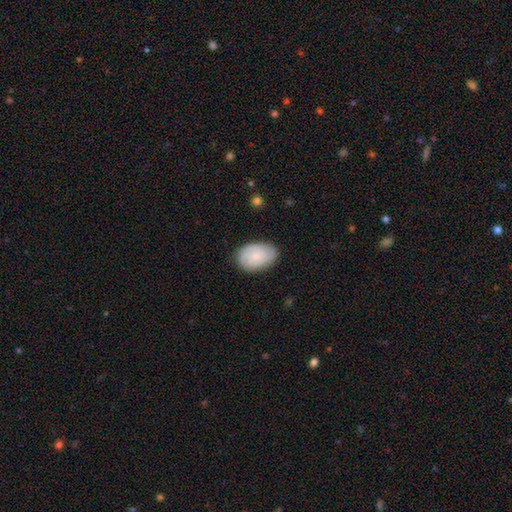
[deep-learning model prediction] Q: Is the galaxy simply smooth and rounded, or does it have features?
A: smooth — 68%.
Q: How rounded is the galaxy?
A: in between — 84%.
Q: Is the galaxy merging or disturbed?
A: none — 80%.